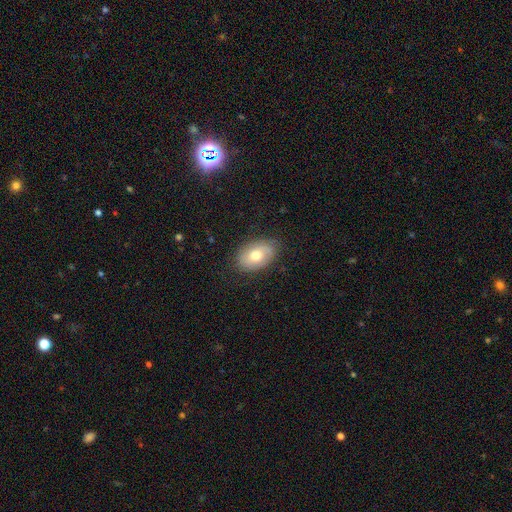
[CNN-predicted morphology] Smooth or featured: smooth — 61% (featured or disk — 32%)
How rounded: in between — 84% (round — 14%)
Merging: none — 79% (minor disturbance — 16%)